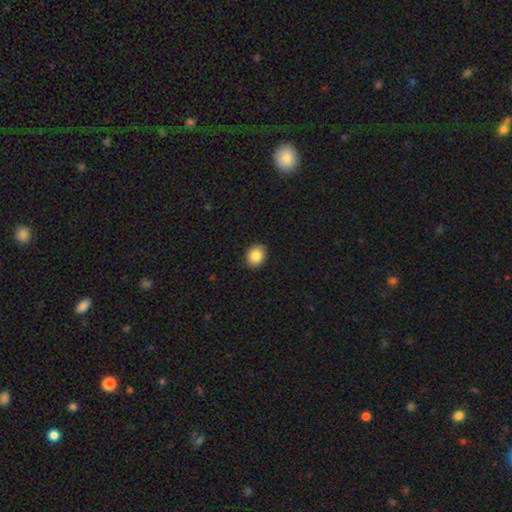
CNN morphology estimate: This appears to be a smooth galaxy with no disk features (86%) that is round (62%). Merging: none (90%).